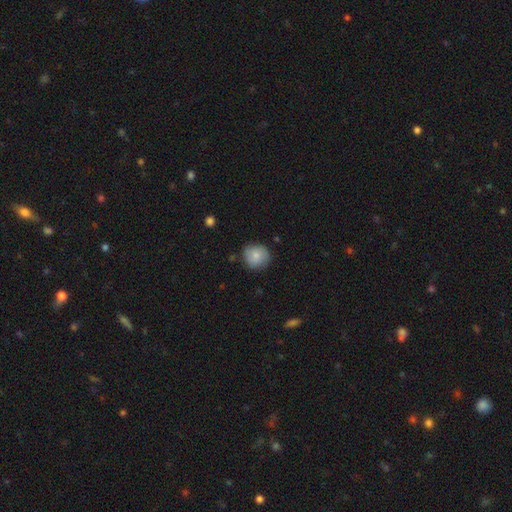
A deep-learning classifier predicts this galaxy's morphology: The model was most divided on "merging": none: 78%, minor disturbance: 17%, major disturbance: 3%, merger: 2%. More confident: how rounded — round (89%); smooth or featured — smooth (80%).